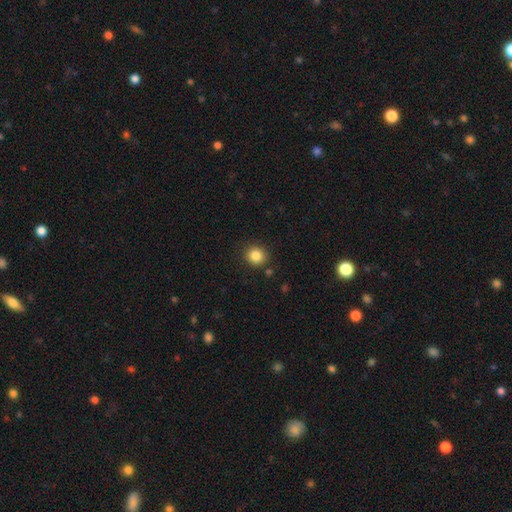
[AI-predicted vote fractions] smooth-or-featured: smooth: 85% | star or artifact: 11% | featured or disk: 5%
  how-rounded: round: 89% | in between: 10% | cigar-shaped: 1%
  merging: none: 88% | minor disturbance: 8% | major disturbance: 2% | merger: 2%